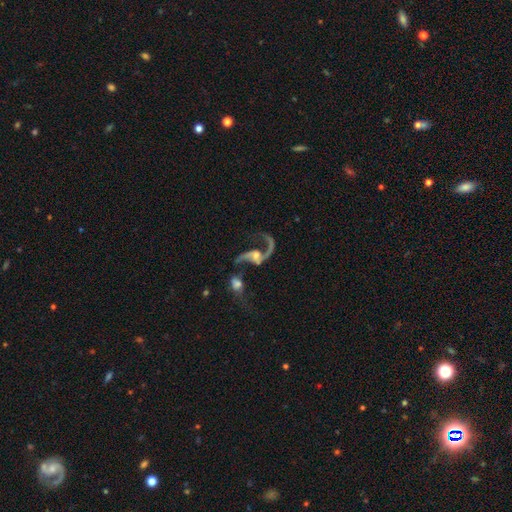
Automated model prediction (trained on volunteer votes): Smooth or featured?
  - featured or disk: 87% *
  - star or artifact: 7%
  - smooth: 6%
Edge-on disk?
  - no: 96% *
  - yes: 4%
Bar?
  - no: 49% *
  - weak: 36%
  - strong: 15%
Spiral arms?
  - yes: 93% *
  - no: 7%
Spiral winding?
  - loose: 85% *
  - medium: 12%
  - tight: 3%
Spiral arm count?
  - 2: 80% *
  - 1: 15%
  - can't tell: 2%
  - 3: 1%
  - 4: 1%
  - more than 4: 1%
Bulge size?
  - moderate: 44% *
  - small: 37%
  - none: 11%
  - large: 6%
  - dominant: 2%
Merging?
  - merger: 38% *
  - none: 29%
  - major disturbance: 22%
  - minor disturbance: 12%